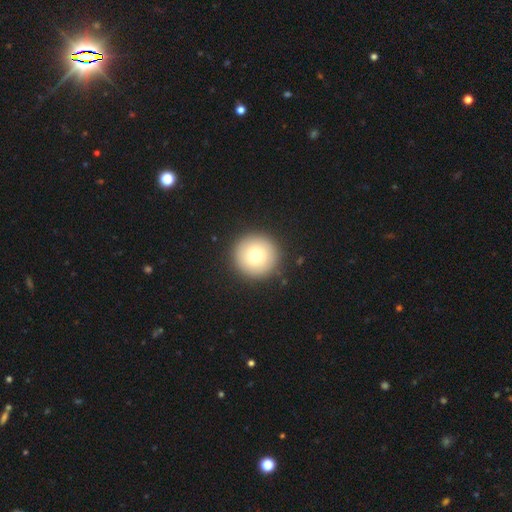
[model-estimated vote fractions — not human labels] The model was most divided on "smooth or featured": smooth: 76%, featured or disk: 14%, star or artifact: 9%. More confident: how rounded — round (97%); merging — none (91%).